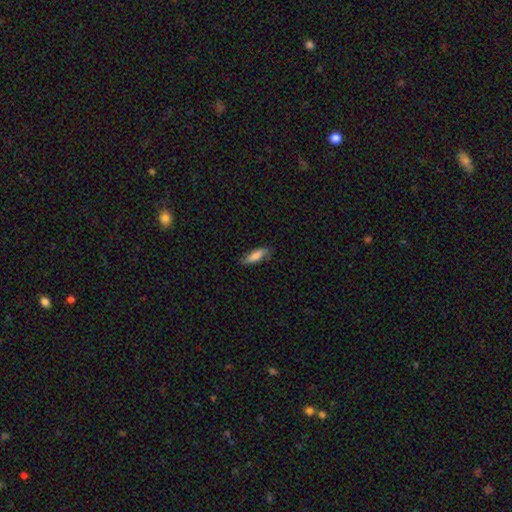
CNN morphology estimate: Smooth or featured? smooth (80%)
How rounded? in between (50%)
Merging? none (76%)